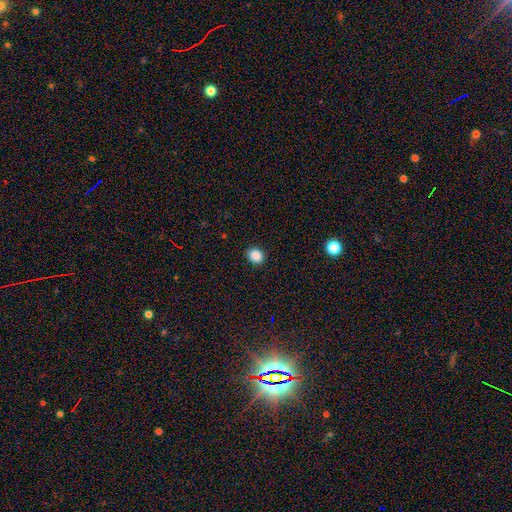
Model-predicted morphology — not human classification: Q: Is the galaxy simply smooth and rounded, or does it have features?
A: smooth — 87%.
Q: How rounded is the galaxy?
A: round — 71%.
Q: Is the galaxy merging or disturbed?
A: none — 90%.